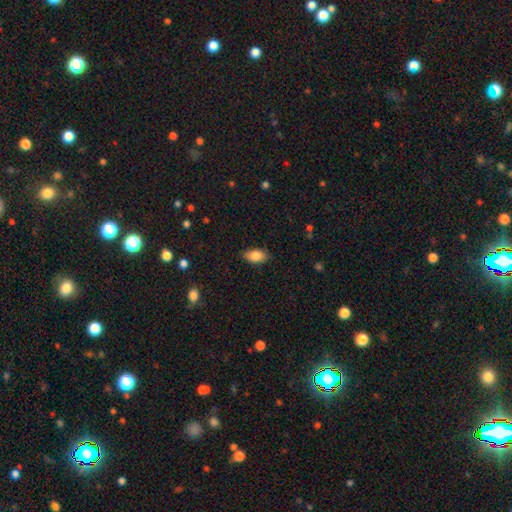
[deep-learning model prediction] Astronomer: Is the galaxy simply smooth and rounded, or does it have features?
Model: smooth — 85%.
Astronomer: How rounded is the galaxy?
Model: in between — 91%.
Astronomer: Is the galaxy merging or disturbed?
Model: none — 83%.